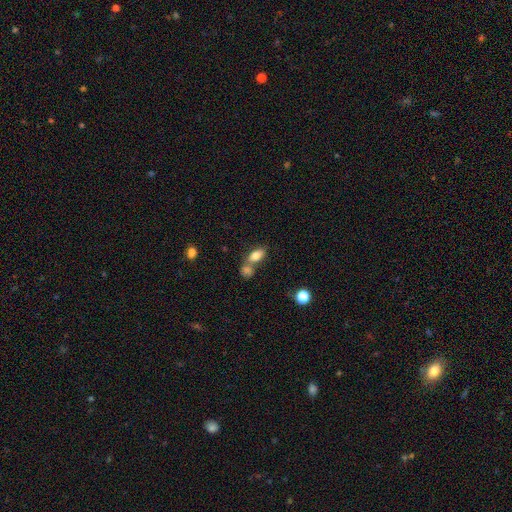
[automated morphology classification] Overall: smooth (79%). How rounded: in between (87%). Merging: none (46%; merger 40%).